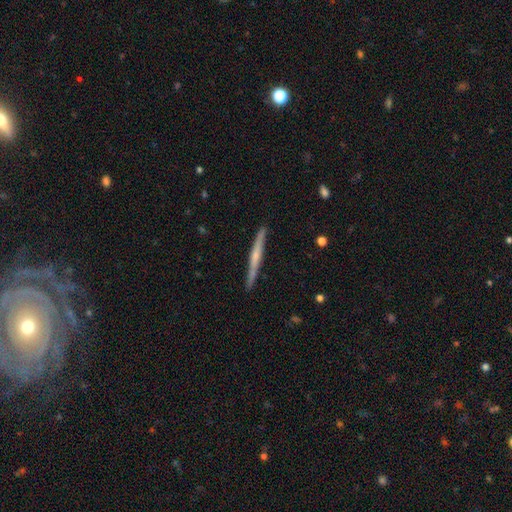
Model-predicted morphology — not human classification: This is likely a featured or disk galaxy (63%). It is clearly viewed edge-on (97%). Edge-on bulge: possibly rounded (50%). Merging: clearly none (89%).